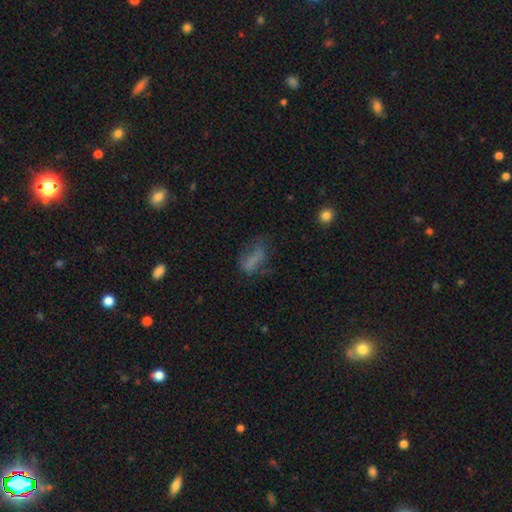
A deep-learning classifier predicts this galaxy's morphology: Smooth or featured: smooth — 52% (featured or disk — 24%)
How rounded: in between — 60% (cigar-shaped — 32%)
Merging: none — 53% (minor disturbance — 23%)